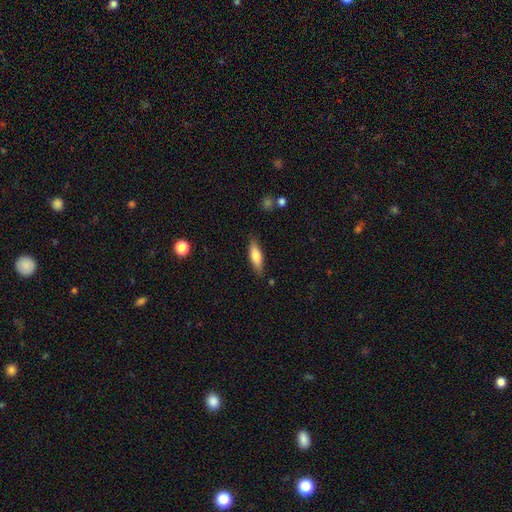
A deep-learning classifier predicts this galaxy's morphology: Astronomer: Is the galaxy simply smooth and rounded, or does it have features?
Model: smooth — 68%.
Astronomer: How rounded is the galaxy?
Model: cigar-shaped — 51% (runner-up: in between, 47%).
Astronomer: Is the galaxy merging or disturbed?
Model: none — 84%.